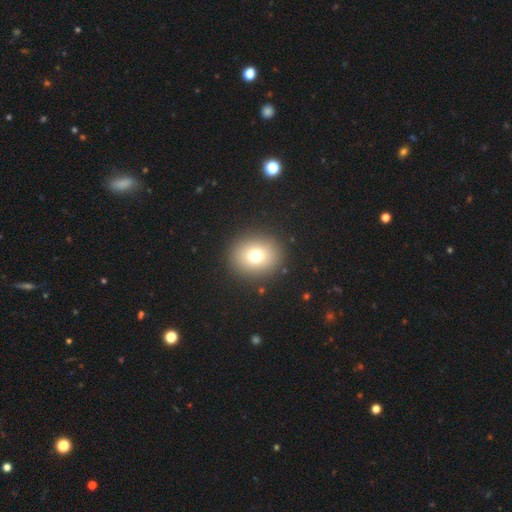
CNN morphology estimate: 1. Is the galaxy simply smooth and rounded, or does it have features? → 74% smooth, 14% star or artifact, 12% featured or disk.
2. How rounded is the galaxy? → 75% round, 24% in between, 1% cigar-shaped.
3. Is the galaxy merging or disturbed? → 90% none, 6% minor disturbance, 3% major disturbance, 1% merger.